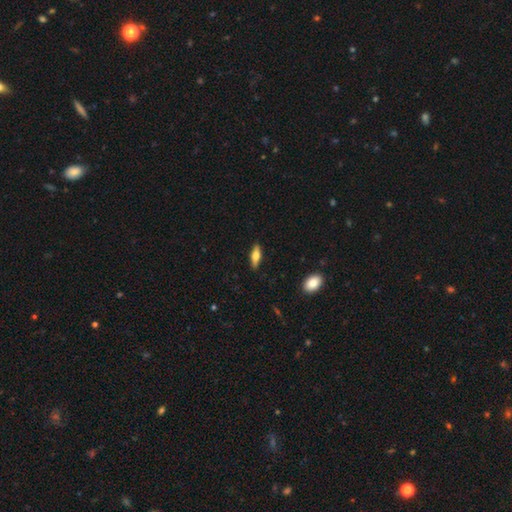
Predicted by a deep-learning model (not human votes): smooth_or_featured: smooth (p=0.56) [alt: featured or disk p=0.37]
how_rounded: in between (p=0.54) [alt: cigar-shaped p=0.43]
merging: none (p=0.88) [alt: minor disturbance p=0.08]